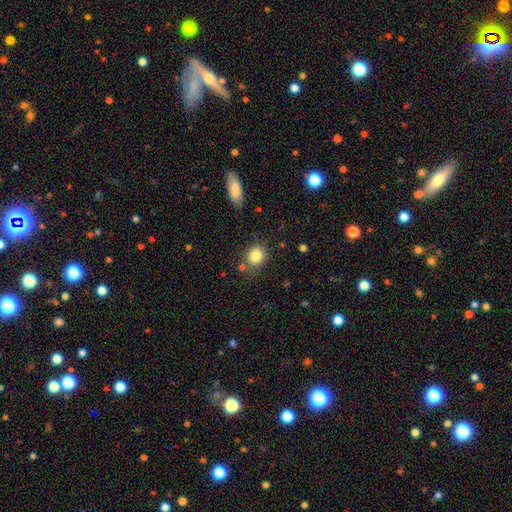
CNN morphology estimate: A smooth galaxy with no disk features (83%) that is round (71%).

Vote fractions:
- Smooth or featured? smooth: 83% / star or artifact: 10% / featured or disk: 7%
- How rounded? round: 71% / in between: 28% / cigar-shaped: 1%
- Merging? none: 75% / minor disturbance: 14% / merger: 7% / major disturbance: 4%